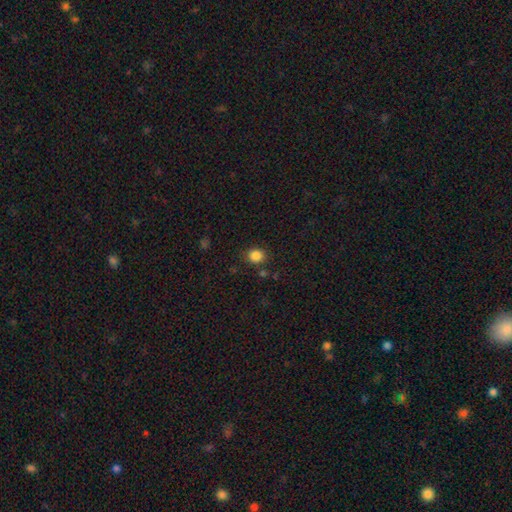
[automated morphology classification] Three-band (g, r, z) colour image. It shows a smooth galaxy with no disk features (86%) that is round (79%). Merging: none (83%).